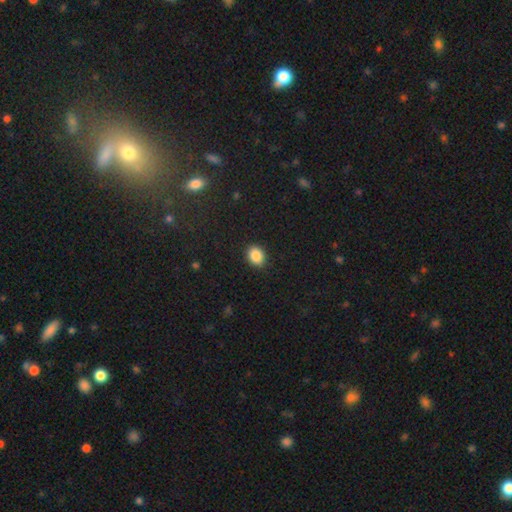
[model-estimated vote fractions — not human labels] smooth-or-featured: smooth: 87% | star or artifact: 9% | featured or disk: 4%
  how-rounded: round: 53% | in between: 47% | cigar-shaped: 1%
  merging: none: 89% | minor disturbance: 8% | major disturbance: 2% | merger: 1%